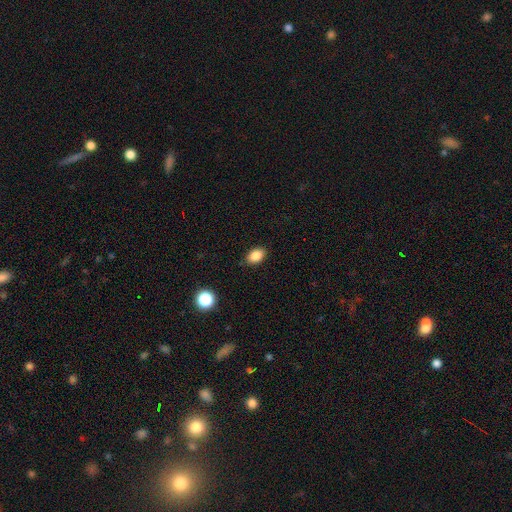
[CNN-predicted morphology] smooth_or_featured: smooth (p=0.86) [alt: star or artifact p=0.09]
how_rounded: in between (p=0.86) [alt: round p=0.13]
merging: none (p=0.87) [alt: minor disturbance p=0.10]